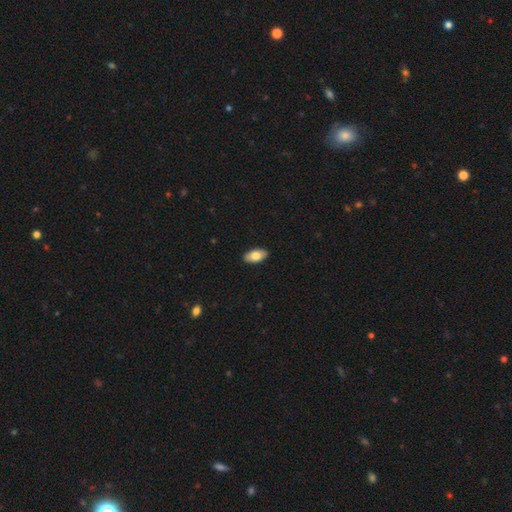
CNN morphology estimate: Q: Smooth or featured?
A: smooth (75%); runner-up: featured or disk (19%)
Q: How rounded?
A: in between (93%); runner-up: cigar-shaped (4%)
Q: Merging?
A: none (90%); runner-up: minor disturbance (8%)